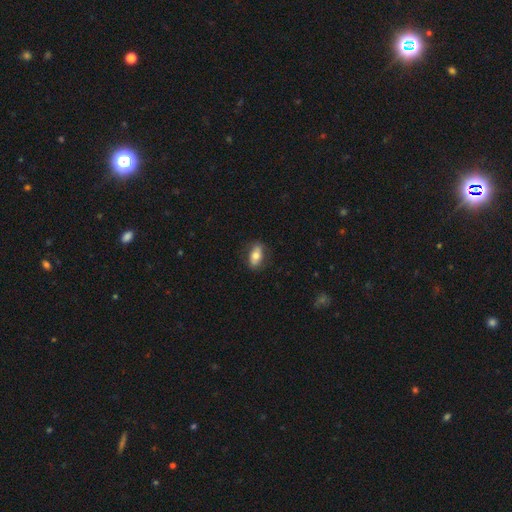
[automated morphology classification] This appears to be a smooth galaxy with no disk features (70%) that is in between round and cigar-shaped (87%). Merging: none (81%).